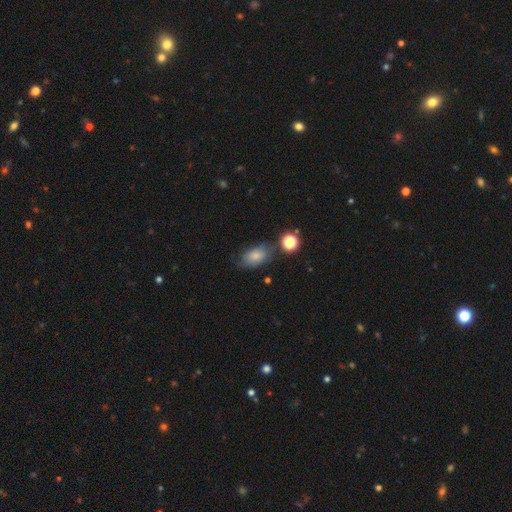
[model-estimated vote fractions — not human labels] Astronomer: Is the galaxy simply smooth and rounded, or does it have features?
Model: smooth — 79%.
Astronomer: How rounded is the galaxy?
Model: in between — 88%.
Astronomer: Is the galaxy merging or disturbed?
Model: none — 65%.